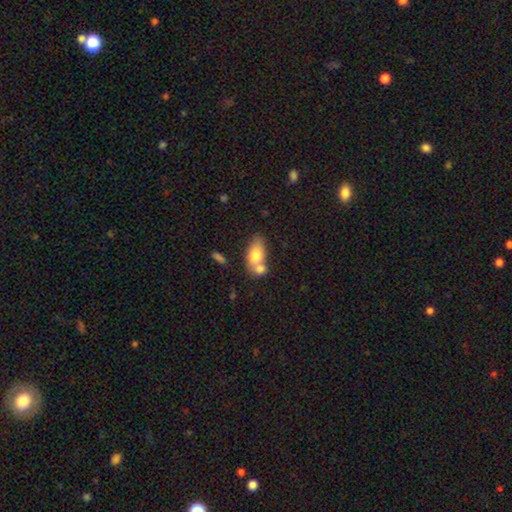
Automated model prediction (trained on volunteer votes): This is likely a smooth galaxy (75%). How rounded: clearly in between (87%). Merging: possibly merger (51%).